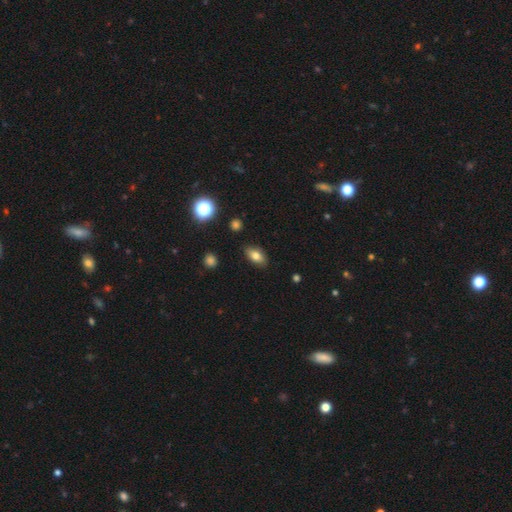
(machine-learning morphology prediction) This is likely a smooth galaxy (77%). How rounded: clearly in between (88%). Merging: clearly none (86%).